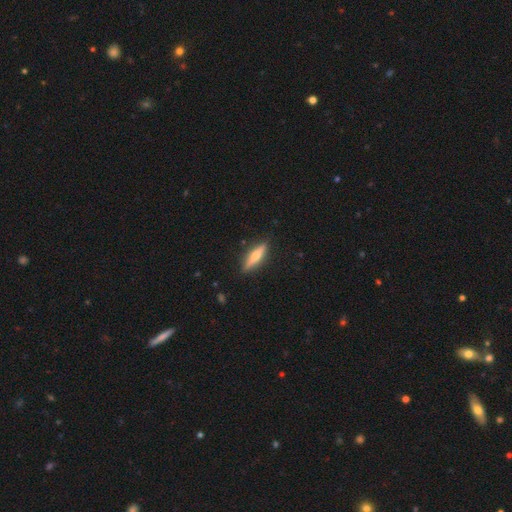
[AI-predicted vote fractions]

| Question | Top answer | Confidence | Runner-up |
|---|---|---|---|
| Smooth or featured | smooth | 51% | featured or disk (43%) |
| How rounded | cigar-shaped | 74% | in between (24%) |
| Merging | none | 88% | minor disturbance (9%) |